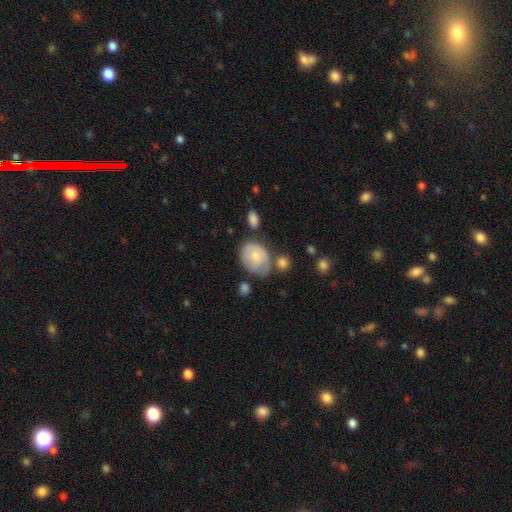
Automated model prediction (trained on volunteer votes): Smooth or featured? smooth (55%)
How rounded? in between (56%)
Merging? none (43%)